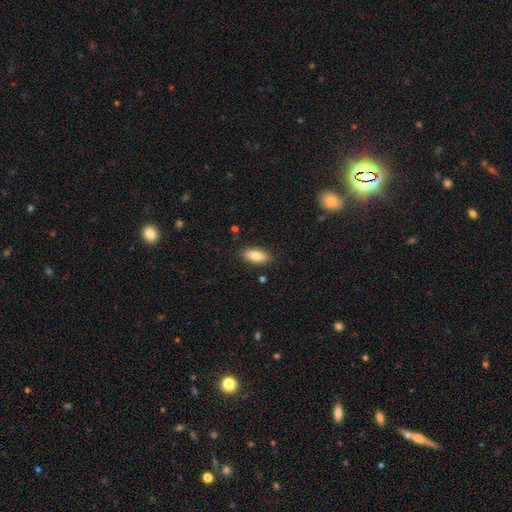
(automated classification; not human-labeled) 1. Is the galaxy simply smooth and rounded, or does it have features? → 78% smooth, 15% featured or disk, 7% star or artifact.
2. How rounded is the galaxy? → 83% in between, 15% cigar-shaped, 3% round.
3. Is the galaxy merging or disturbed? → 86% none, 11% minor disturbance, 2% major disturbance, 2% merger.